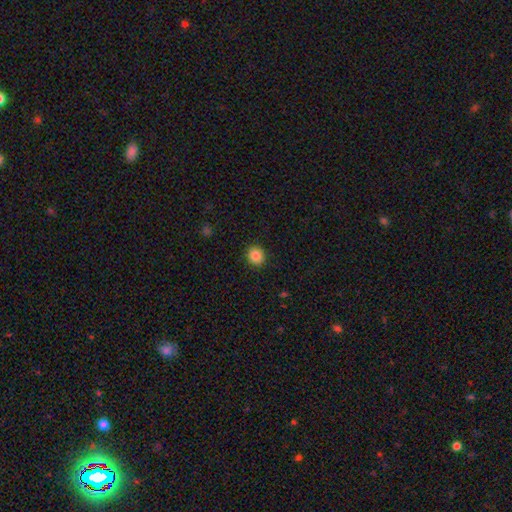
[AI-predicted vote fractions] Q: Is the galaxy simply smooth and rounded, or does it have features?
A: smooth — 86%.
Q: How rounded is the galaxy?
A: round — 83%.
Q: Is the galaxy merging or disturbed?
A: none — 91%.